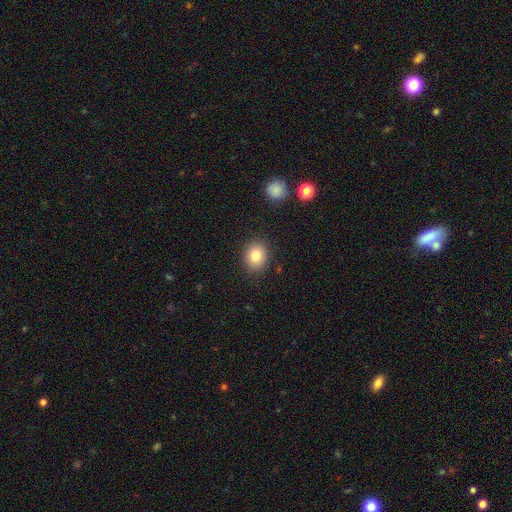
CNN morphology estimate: The model was most divided on "how rounded": round: 58%, in between: 41%, cigar-shaped: 1%. More confident: merging — none (88%); smooth or featured — smooth (82%).